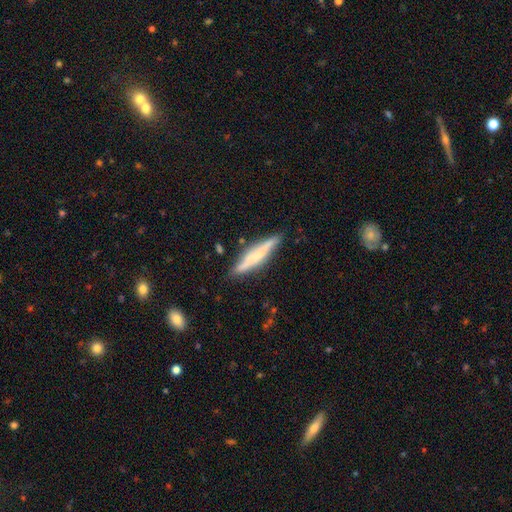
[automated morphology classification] smooth-or-featured: featured or disk: 50% | smooth: 43% | star or artifact: 7%
  merging: none: 84% | minor disturbance: 12% | major disturbance: 2% | merger: 2%